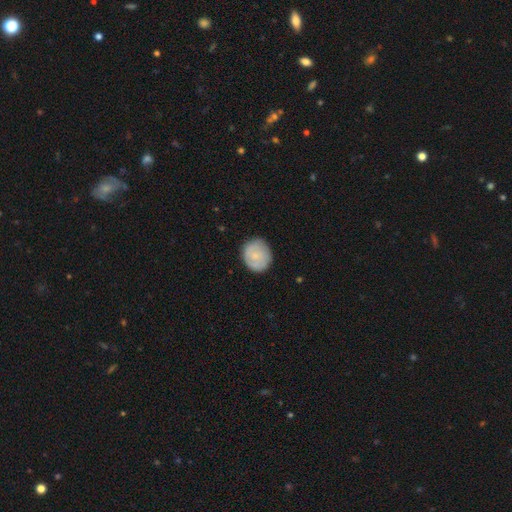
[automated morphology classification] Smooth or featured? smooth (67%)
How rounded? round (77%)
Merging? none (83%)